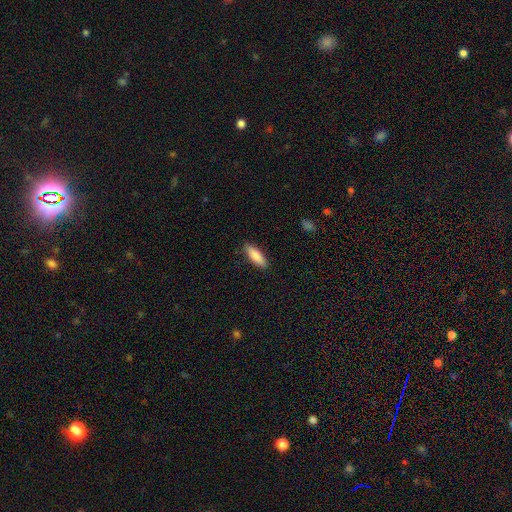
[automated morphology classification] Smooth or featured: smooth — 86% (featured or disk — 9%)
How rounded: in between — 54% (cigar-shaped — 44%)
Merging: none — 88% (minor disturbance — 9%)